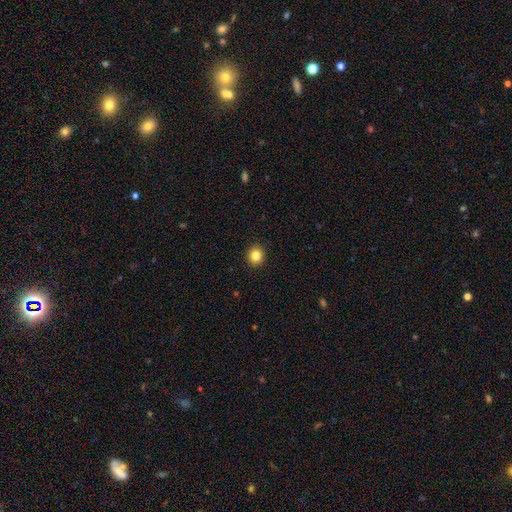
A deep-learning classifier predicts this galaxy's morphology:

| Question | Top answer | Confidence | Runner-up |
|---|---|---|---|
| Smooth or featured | smooth | 84% | star or artifact (11%) |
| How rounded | round | 88% | in between (11%) |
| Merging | none | 93% | minor disturbance (5%) |